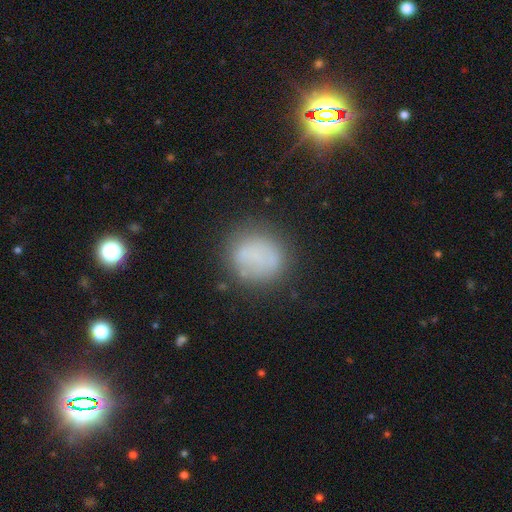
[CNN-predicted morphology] Q: Smooth or featured?
A: smooth (68%); runner-up: featured or disk (17%)
Q: How rounded?
A: round (79%); runner-up: in between (19%)
Q: Merging?
A: none (70%); runner-up: minor disturbance (18%)